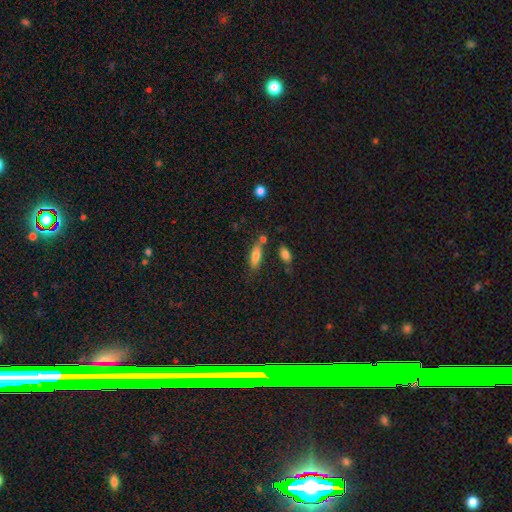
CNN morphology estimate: A smooth galaxy with no disk features (78%) that is in between round and cigar-shaped (64%).

Vote fractions:
- Smooth or featured? smooth: 78% / featured or disk: 14% / star or artifact: 8%
- How rounded? in between: 64% / cigar-shaped: 34% / round: 3%
- Merging? none: 67% / minor disturbance: 16% / merger: 12% / major disturbance: 5%